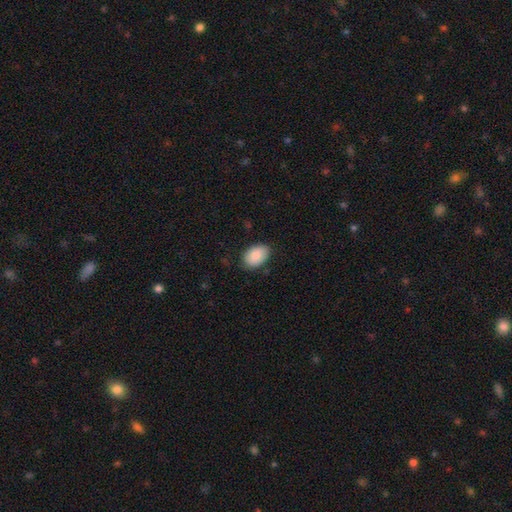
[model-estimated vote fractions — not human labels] Morphology: type=smooth (84%); roundness=in between (87%); merging=none (80%).